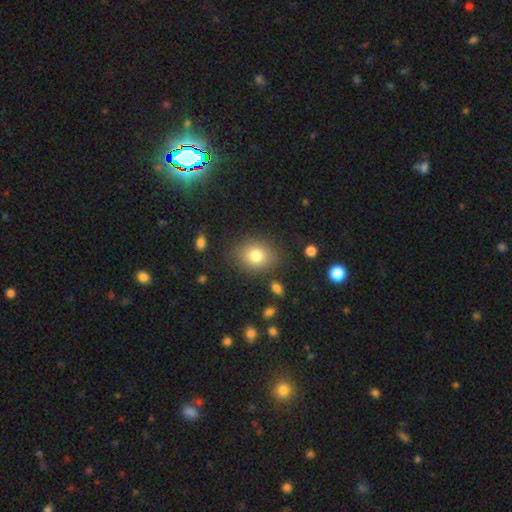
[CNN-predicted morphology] smooth-or-featured: smooth: 80% | star or artifact: 11% | featured or disk: 9%
  how-rounded: round: 57% | in between: 42% | cigar-shaped: 1%
  merging: none: 83% | minor disturbance: 11% | major disturbance: 4% | merger: 2%